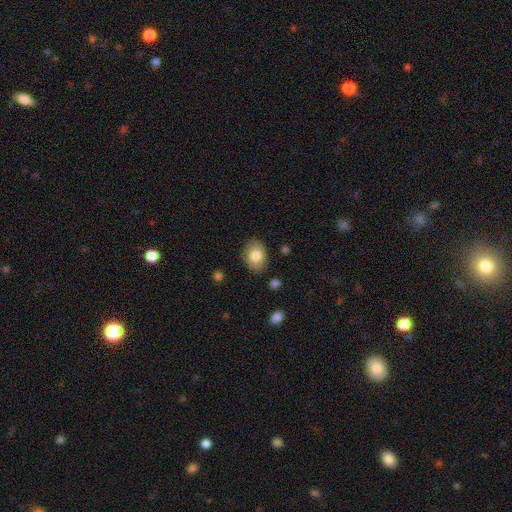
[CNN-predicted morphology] A smooth galaxy with no disk features (80%) that is in between round and cigar-shaped (75%). Merging: none (84%).